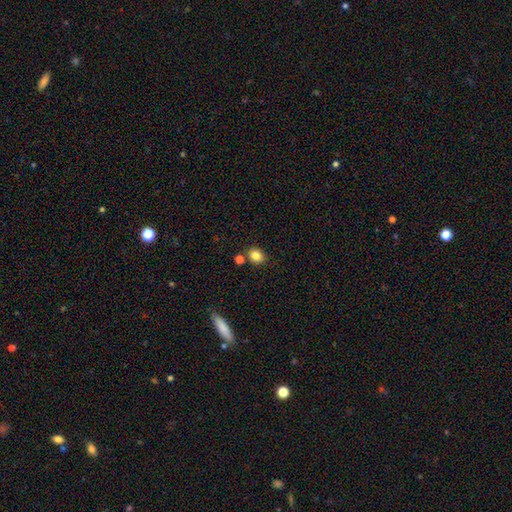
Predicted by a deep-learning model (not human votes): Smooth or featured? smooth (83%)
How rounded? round (56%)
Merging? none (78%)